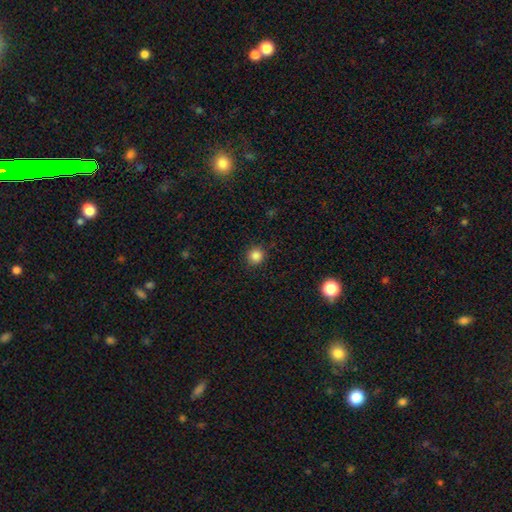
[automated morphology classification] The model was most divided on "smooth or featured": smooth: 85%, star or artifact: 11%, featured or disk: 3%. More confident: how rounded — round (93%); merging — none (90%).